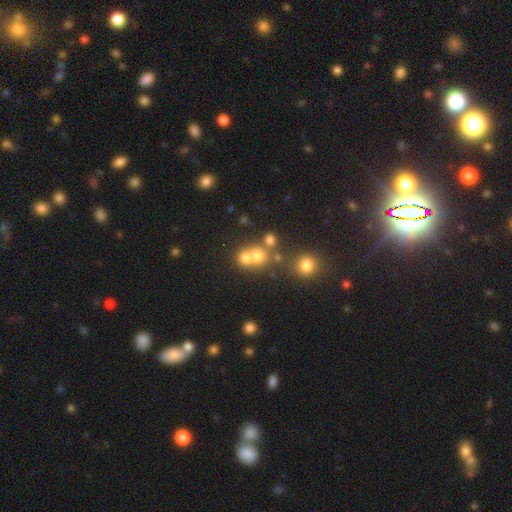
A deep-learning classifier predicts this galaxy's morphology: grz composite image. It shows a smooth galaxy with no disk features (67%) that is round (79%). Merging: merger (49%).